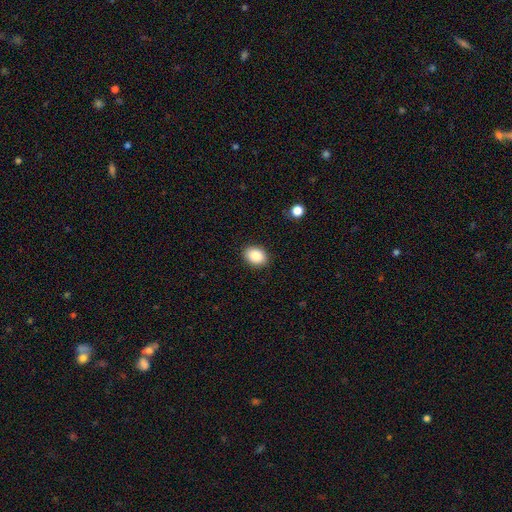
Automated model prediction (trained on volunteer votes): A smooth galaxy with no disk features (88%) that is in between round and cigar-shaped (73%).

Vote fractions:
- Smooth or featured? smooth: 88% / star or artifact: 8% / featured or disk: 4%
- How rounded? in between: 73% / round: 27% / cigar-shaped: 1%
- Merging? none: 89% / minor disturbance: 8% / major disturbance: 2% / merger: 1%